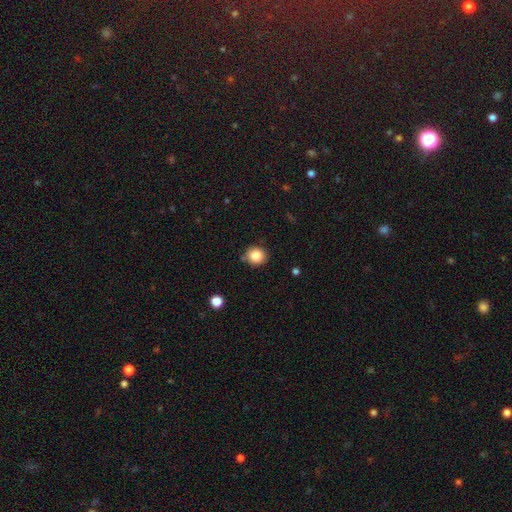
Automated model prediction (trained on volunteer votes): smooth_or_featured: smooth (p=0.84) [alt: star or artifact p=0.10]
how_rounded: round (p=0.87) [alt: in between p=0.12]
merging: none (p=0.84) [alt: minor disturbance p=0.11]